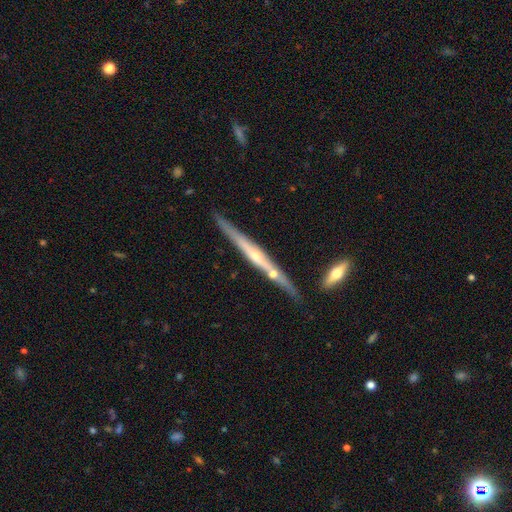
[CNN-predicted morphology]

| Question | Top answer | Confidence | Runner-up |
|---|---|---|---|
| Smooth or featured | featured or disk | 74% | smooth (19%) |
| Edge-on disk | yes | 96% | no (4%) |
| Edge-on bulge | rounded | 66% | none (28%) |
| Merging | none | 78% | minor disturbance (12%) |